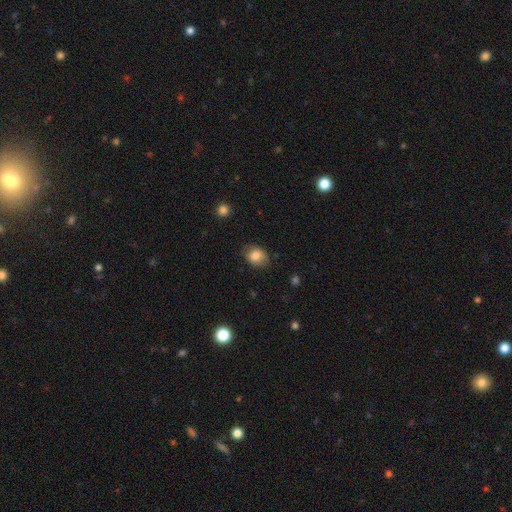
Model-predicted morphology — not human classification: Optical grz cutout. It shows a smooth galaxy with no disk features (82%) that is in between round and cigar-shaped (59%). Merging: none (70%).